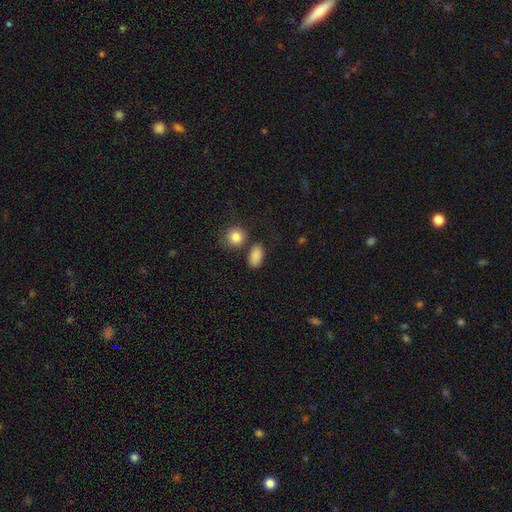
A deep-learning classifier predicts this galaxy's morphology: Smooth or featured: smooth — 87% (star or artifact — 8%)
How rounded: in between — 86% (round — 12%)
Merging: none — 72% (minor disturbance — 13%)